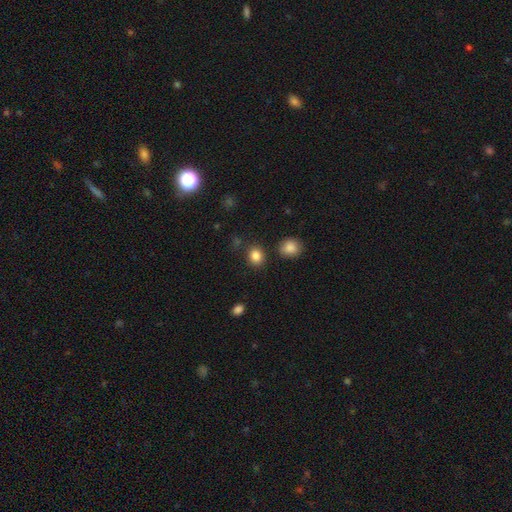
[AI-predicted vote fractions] Smooth or featured? smooth (85%)
How rounded? round (68%)
Merging? none (84%)